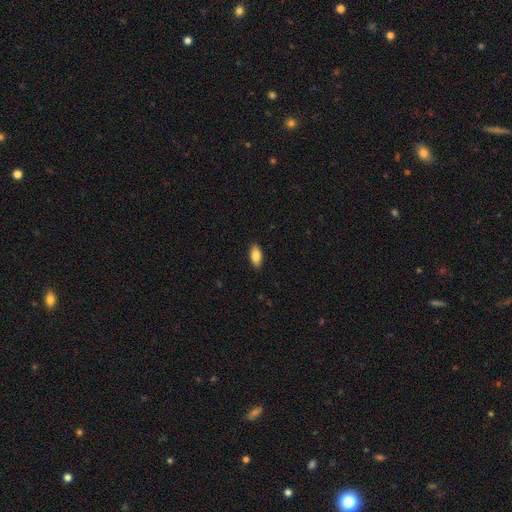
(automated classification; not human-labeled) Smooth or featured? Predicted: smooth (p=0.85). How rounded? Predicted: in between (p=0.90). Merging? Predicted: none (p=0.89).